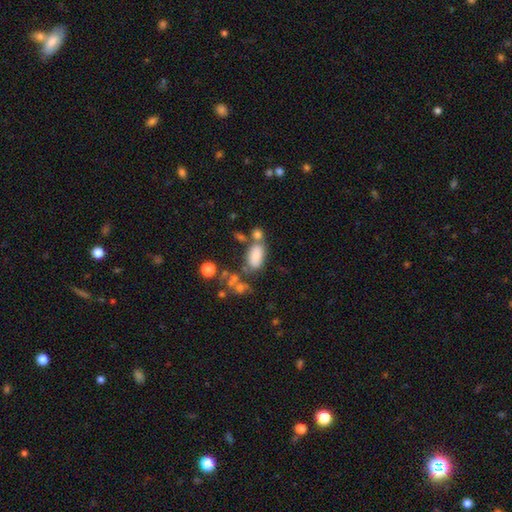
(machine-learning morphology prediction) Smooth or featured? smooth (80%)
How rounded? in between (91%)
Merging? none (47%)